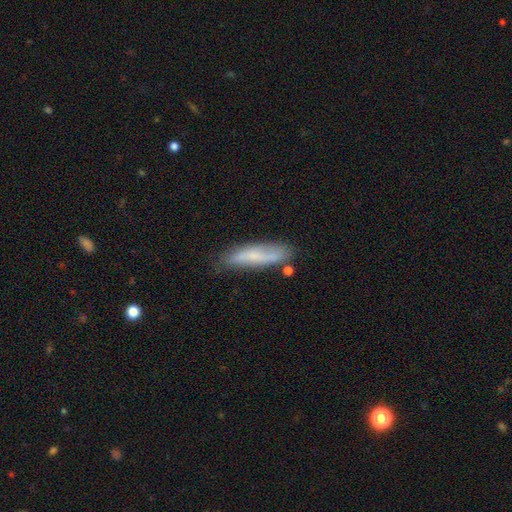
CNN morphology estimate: A smooth galaxy with no disk features (56%) that is cigar-shaped (74%).

Vote fractions:
- Smooth or featured? smooth: 56% / featured or disk: 37% / star or artifact: 8%
- How rounded? cigar-shaped: 74% / in between: 25% / round: 2%
- Merging? none: 71% / minor disturbance: 20% / major disturbance: 4% / merger: 4%